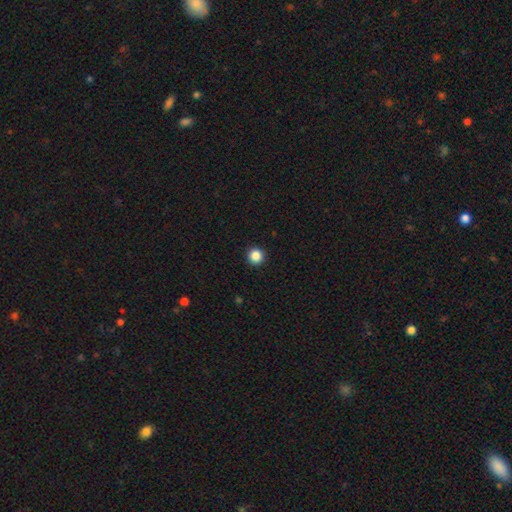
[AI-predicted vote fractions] Smooth or featured? Predicted: smooth (p=0.86). How rounded? Predicted: round (p=0.96). Merging? Predicted: none (p=0.94).